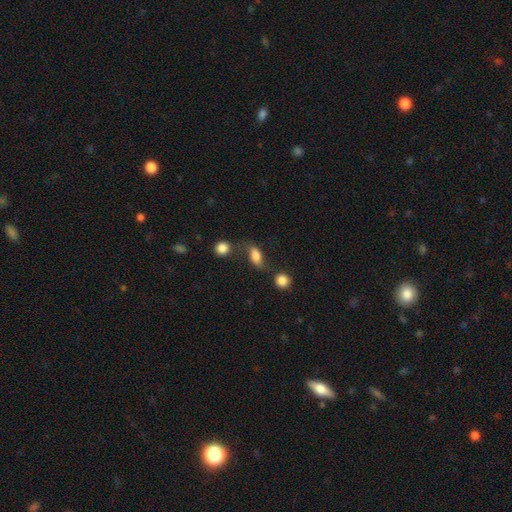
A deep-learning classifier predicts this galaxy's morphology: Smooth or featured? smooth (72%)
How rounded? in between (79%)
Merging? none (50%)